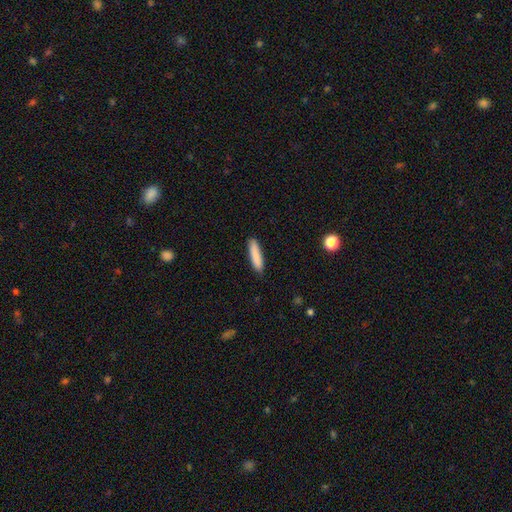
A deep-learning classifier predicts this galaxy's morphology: The model was most divided on "how rounded": cigar-shaped: 78%, in between: 20%, round: 1%. More confident: merging — none (88%); smooth or featured — smooth (87%).